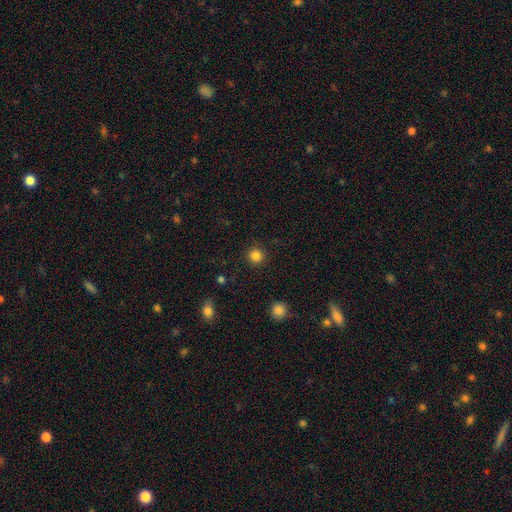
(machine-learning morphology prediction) Smooth or featured? Predicted: smooth (p=0.84). How rounded? Predicted: round (p=0.95). Merging? Predicted: none (p=0.91).